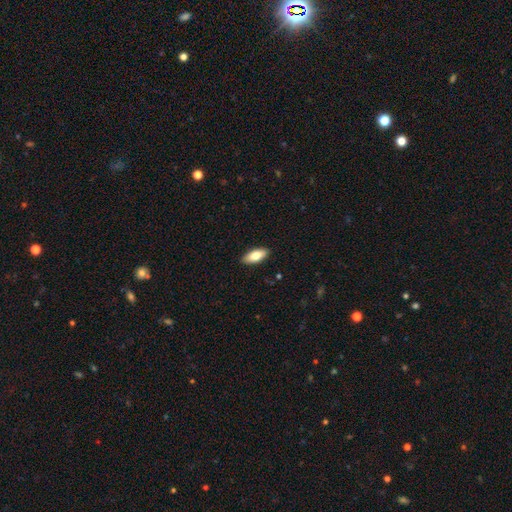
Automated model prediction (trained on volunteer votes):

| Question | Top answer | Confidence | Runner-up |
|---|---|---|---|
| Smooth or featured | smooth | 79% | featured or disk (15%) |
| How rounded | in between | 83% | cigar-shaped (15%) |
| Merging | none | 89% | minor disturbance (8%) |